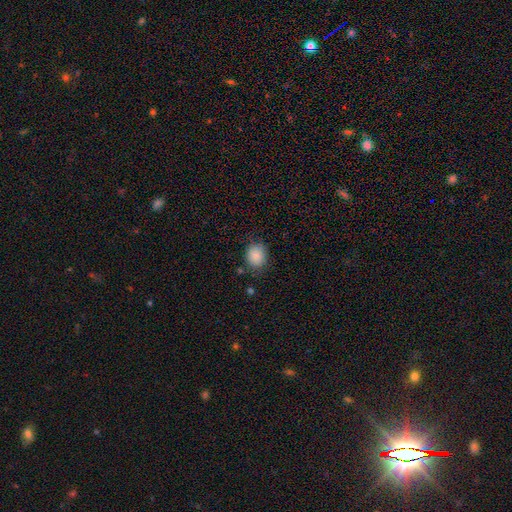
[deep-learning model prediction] This is clearly a smooth galaxy (87%). How rounded: possibly round (59%). Merging: likely none (78%).